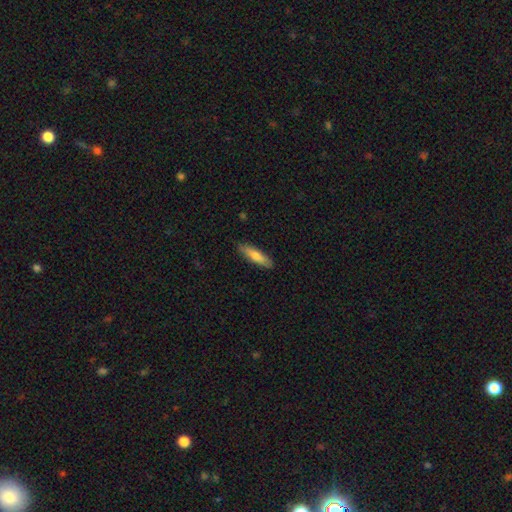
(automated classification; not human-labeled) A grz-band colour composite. It shows a smooth galaxy with no disk features (76%) that is cigar-shaped (73%). Merging: none (88%).